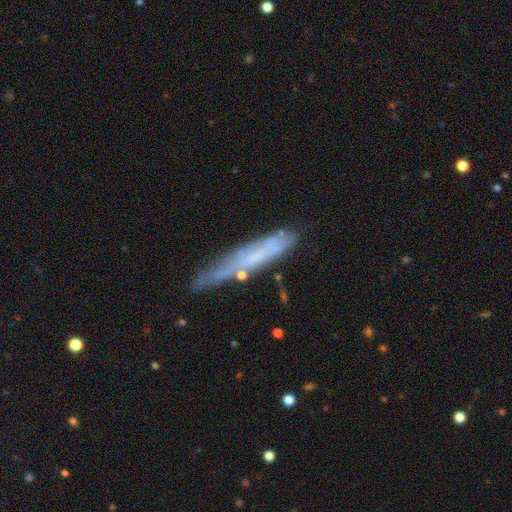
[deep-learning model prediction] featured or disk 53%, smooth 38%, star or artifact 9%. Down the decision tree: edge-on disk — yes (66%); merging — none (60%).